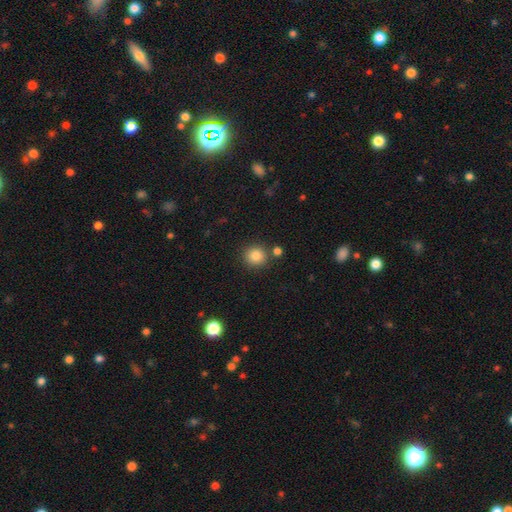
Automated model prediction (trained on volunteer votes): Morphology: type=smooth (84%); roundness=round (90%); merging=none (81%).